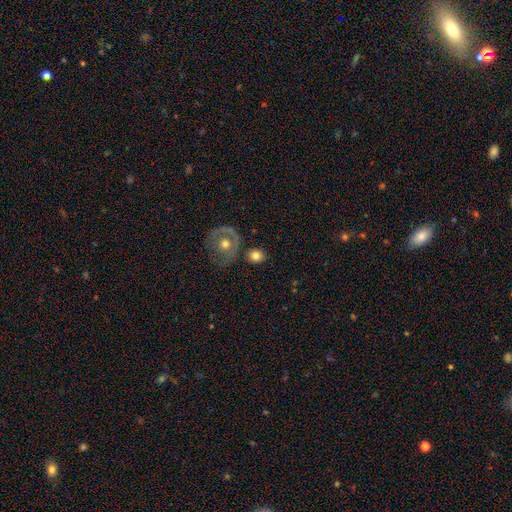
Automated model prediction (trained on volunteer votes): smooth-or-featured: smooth: 74% | featured or disk: 18% | star or artifact: 8%
  how-rounded: round: 76% | in between: 23% | cigar-shaped: 1%
  merging: none: 75% | minor disturbance: 11% | merger: 9% | major disturbance: 5%